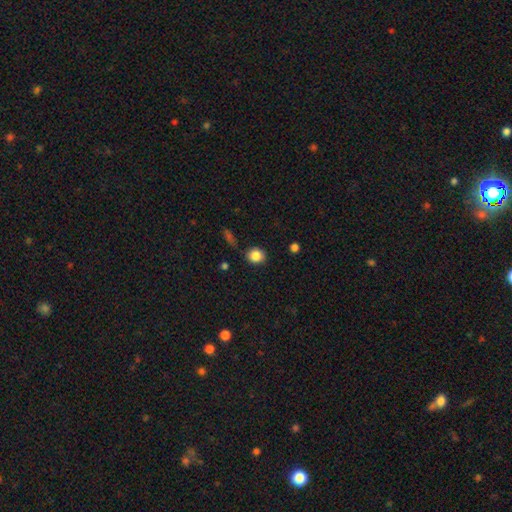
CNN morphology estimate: Q: Smooth or featured?
A: smooth (85%); runner-up: star or artifact (10%)
Q: How rounded?
A: round (81%); runner-up: in between (18%)
Q: Merging?
A: none (84%); runner-up: minor disturbance (11%)